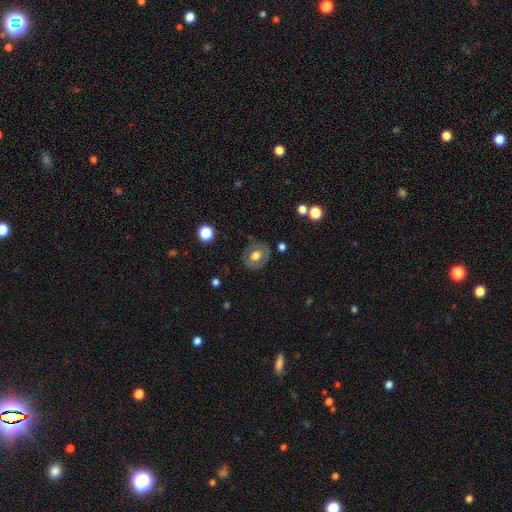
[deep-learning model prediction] A smooth galaxy with no disk features (58%) that is round (67%). Merging: none (80%).